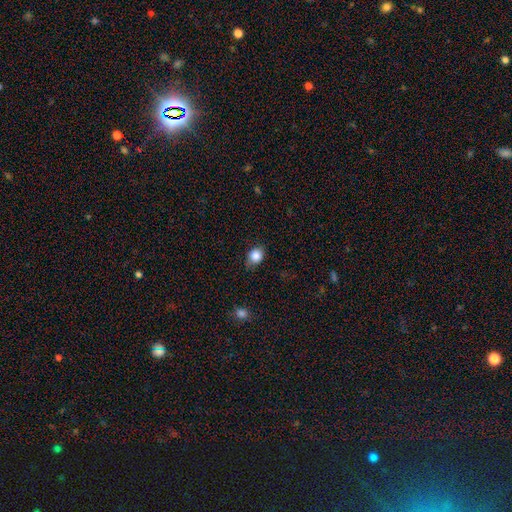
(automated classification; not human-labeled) Smooth or featured? smooth (83%)
How rounded? round (58%)
Merging? none (74%)